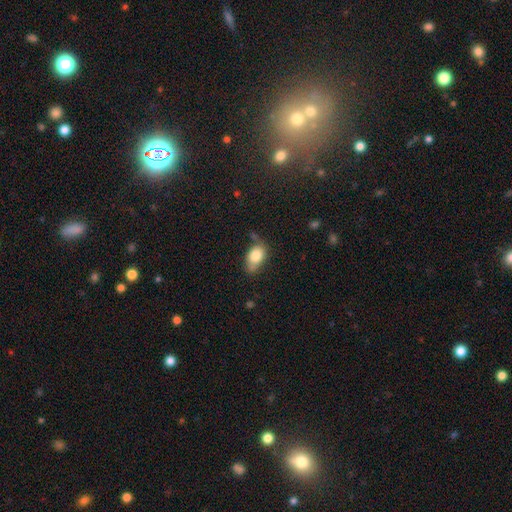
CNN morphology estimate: Smooth or featured? smooth (81%)
How rounded? in between (86%)
Merging? none (56%)